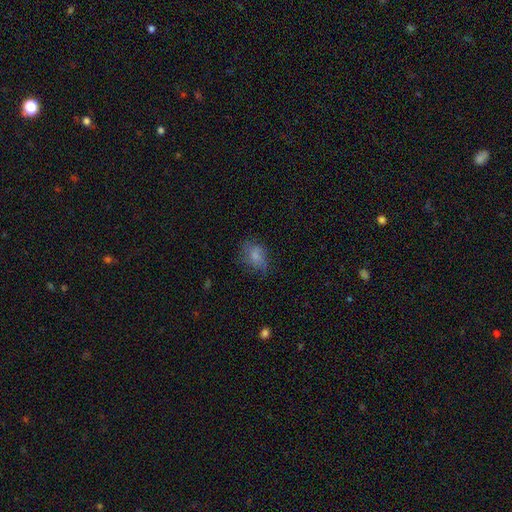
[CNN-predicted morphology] smooth 68%, featured or disk 20%, star or artifact 12%. Down the decision tree: how rounded — in between (71%); merging — none (52%).